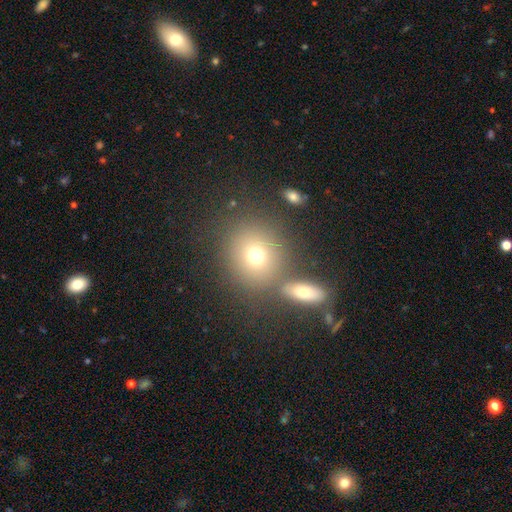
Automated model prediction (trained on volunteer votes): smooth 72%, star or artifact 14%, featured or disk 13%. Down the decision tree: how rounded — round (81%); merging — none (69%).